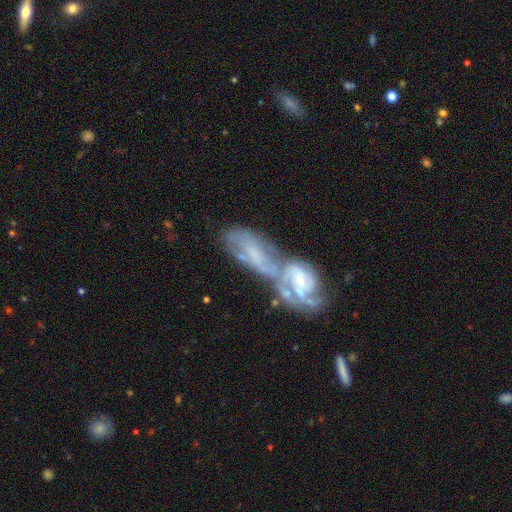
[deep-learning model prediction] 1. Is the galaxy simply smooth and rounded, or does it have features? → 68% featured or disk, 23% smooth, 9% star or artifact.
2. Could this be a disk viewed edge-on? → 92% no, 8% yes.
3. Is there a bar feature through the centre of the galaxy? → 45% no, 38% weak, 17% strong.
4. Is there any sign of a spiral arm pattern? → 83% yes, 17% no.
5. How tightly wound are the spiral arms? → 42% tight, 39% medium, 19% loose.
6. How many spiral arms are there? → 42% 2, 37% can't tell, 9% 3, 6% 1, 3% 4, 3% more than 4.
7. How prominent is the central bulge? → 52% small, 23% moderate, 20% none, 3% large, 1% dominant.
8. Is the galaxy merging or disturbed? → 74% merger, 12% none, 7% major disturbance, 7% minor disturbance.